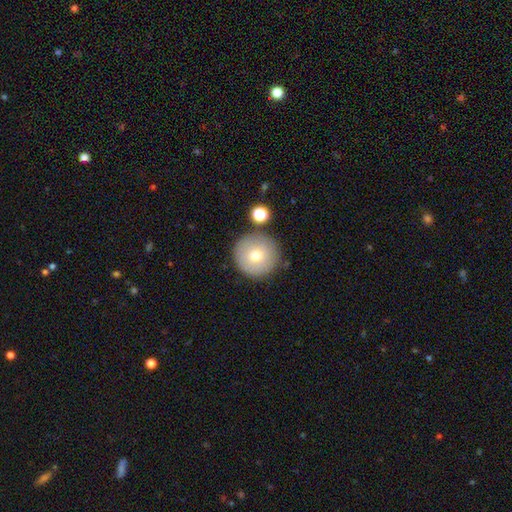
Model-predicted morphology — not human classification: smooth 72%, featured or disk 19%, star or artifact 9%. Down the decision tree: how rounded — round (96%); merging — none (82%).